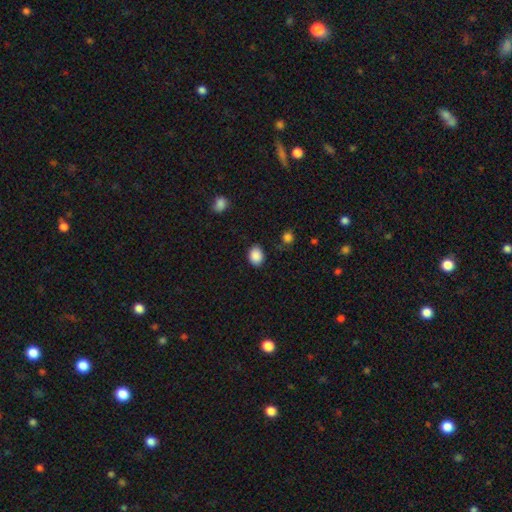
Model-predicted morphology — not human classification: smooth 88%, star or artifact 9%, featured or disk 3%. Down the decision tree: how rounded — in between (55%); merging — none (83%).